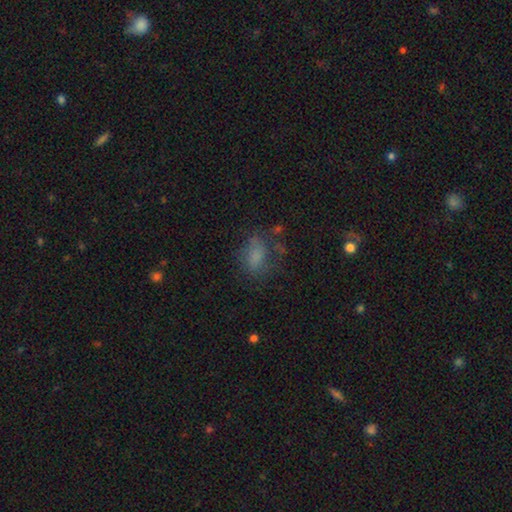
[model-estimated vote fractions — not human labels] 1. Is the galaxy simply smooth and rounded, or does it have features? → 70% smooth, 15% featured or disk, 14% star or artifact.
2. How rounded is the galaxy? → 80% in between, 17% round, 4% cigar-shaped.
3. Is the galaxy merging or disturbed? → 52% none, 24% minor disturbance, 20% major disturbance, 4% merger.